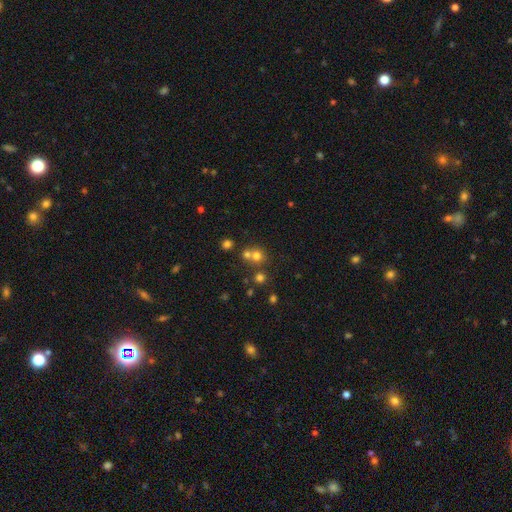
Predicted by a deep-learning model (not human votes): The model was most divided on "merging": none: 51%, merger: 40%, minor disturbance: 6%, major disturbance: 3%. More confident: how rounded — round (87%); smooth or featured — smooth (69%).